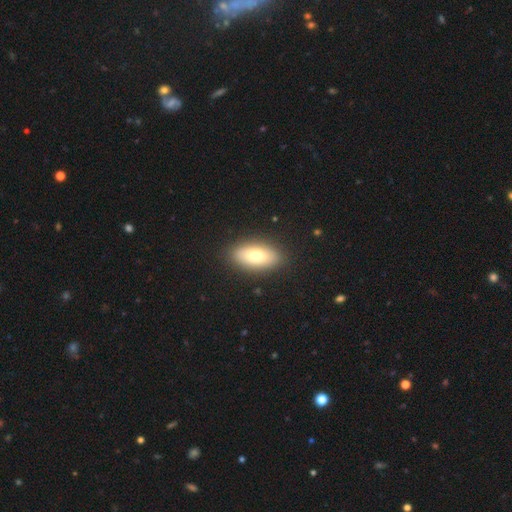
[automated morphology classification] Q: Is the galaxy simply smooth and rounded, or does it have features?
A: smooth — 77%.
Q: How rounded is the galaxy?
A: in between — 87%.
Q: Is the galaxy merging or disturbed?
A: none — 88%.